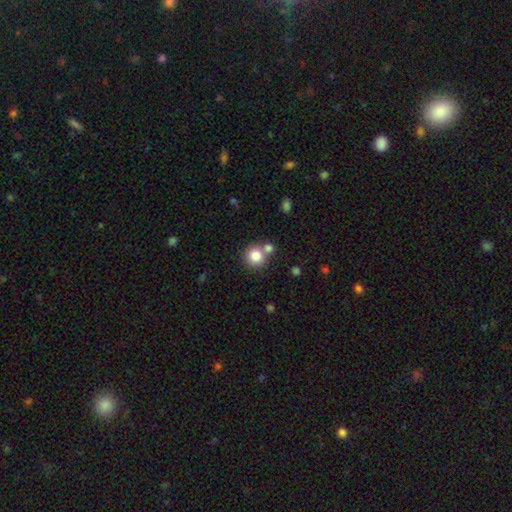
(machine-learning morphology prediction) smooth 81%, star or artifact 11%, featured or disk 8%. Down the decision tree: how rounded — round (92%); merging — none (64%).